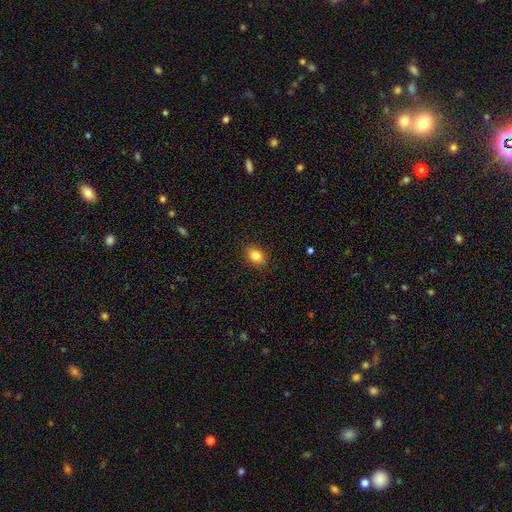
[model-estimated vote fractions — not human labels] A smooth galaxy with no disk features (84%) that is in between round and cigar-shaped (71%).

Vote fractions:
- Smooth or featured? smooth: 84% / star or artifact: 9% / featured or disk: 6%
- How rounded? in between: 71% / round: 28% / cigar-shaped: 1%
- Merging? none: 89% / minor disturbance: 8% / major disturbance: 2% / merger: 1%